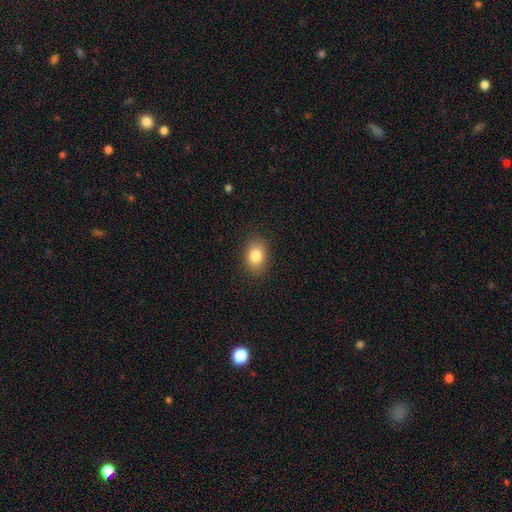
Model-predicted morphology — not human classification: A smooth galaxy with no disk features (83%) that is in between round and cigar-shaped (75%).

Vote fractions:
- Smooth or featured? smooth: 83% / star or artifact: 9% / featured or disk: 8%
- How rounded? in between: 75% / round: 24% / cigar-shaped: 1%
- Merging? none: 88% / minor disturbance: 9% / major disturbance: 2% / merger: 1%